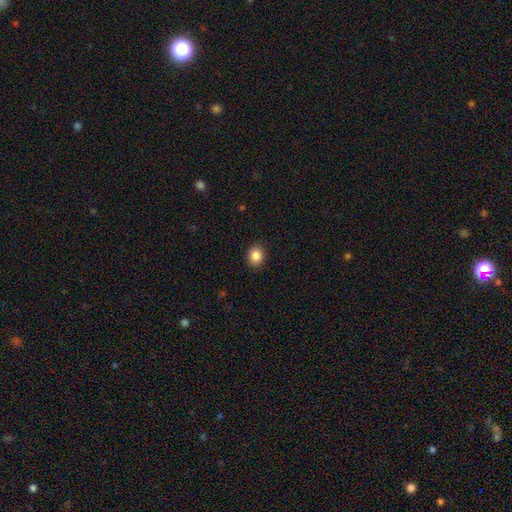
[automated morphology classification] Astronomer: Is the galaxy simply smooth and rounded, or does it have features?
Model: smooth — 86%.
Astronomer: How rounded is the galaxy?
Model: round — 63%.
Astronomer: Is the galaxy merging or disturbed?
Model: none — 91%.